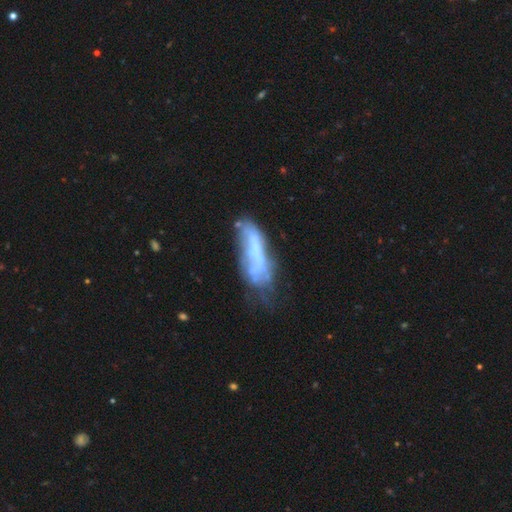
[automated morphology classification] Smooth or featured? featured or disk (55%)
Edge-on disk? no (83%)
Merging? none (35%)